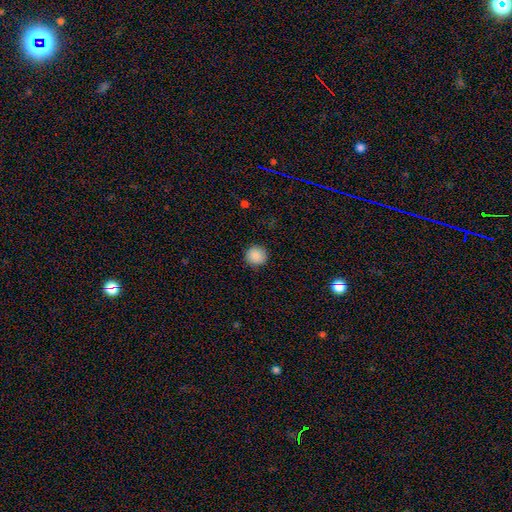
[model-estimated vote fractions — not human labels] Overall: smooth (89%). How rounded: round (94%). Merging: none (91%).